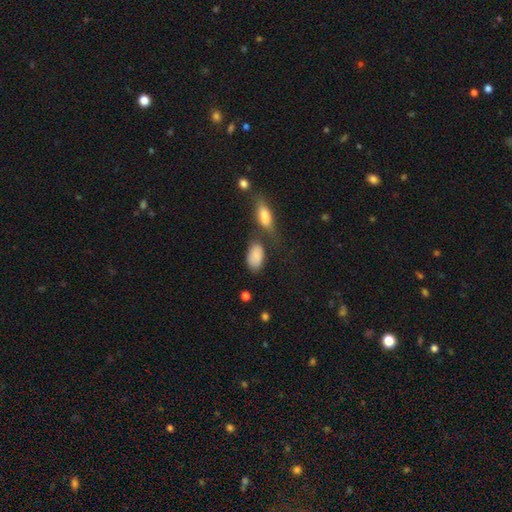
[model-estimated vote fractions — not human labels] A smooth galaxy with no disk features (85%) that is in between round and cigar-shaped (92%).

Vote fractions:
- Smooth or featured? smooth: 85% / star or artifact: 7% / featured or disk: 7%
- How rounded? in between: 92% / round: 5% / cigar-shaped: 3%
- Merging? none: 53% / minor disturbance: 20% / merger: 19% / major disturbance: 8%